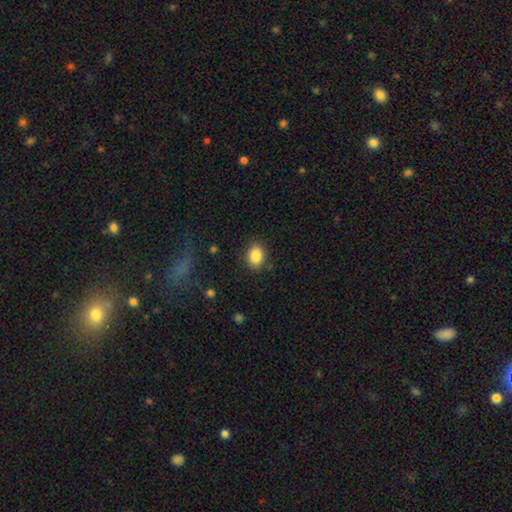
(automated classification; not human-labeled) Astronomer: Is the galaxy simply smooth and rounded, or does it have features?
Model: smooth — 88%.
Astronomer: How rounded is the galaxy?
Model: in between — 64%.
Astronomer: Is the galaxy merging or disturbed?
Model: none — 85%.